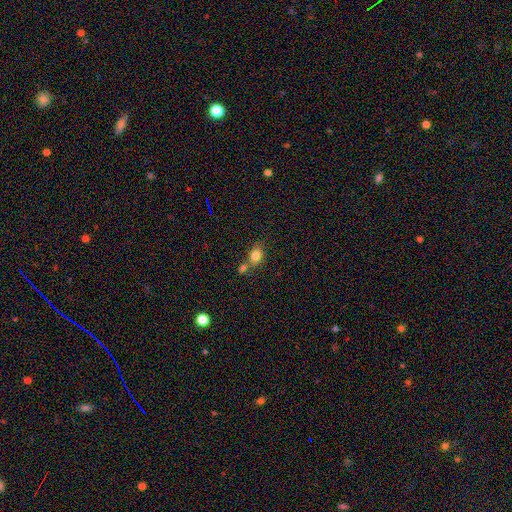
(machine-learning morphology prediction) type=smooth (81%); roundness=round (52%); merging=none (48%).